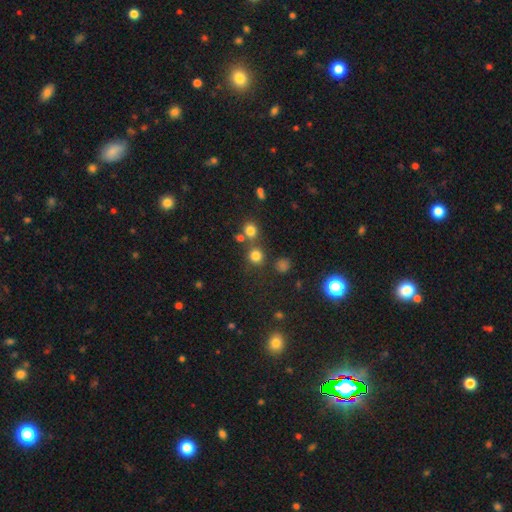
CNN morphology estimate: This is likely a smooth galaxy (76%). How rounded: clearly round (89%). Merging: likely none (68%).